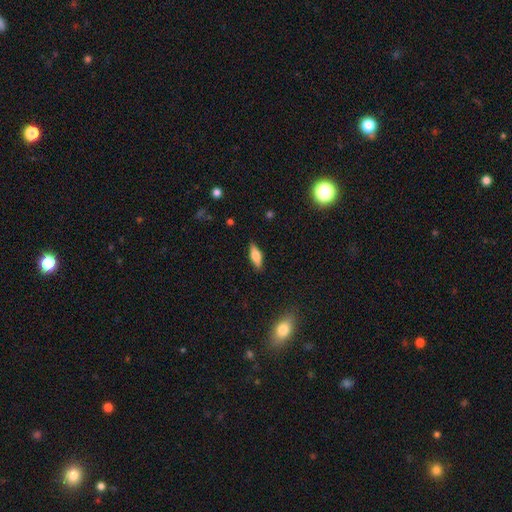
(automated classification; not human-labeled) A smooth galaxy with no disk features (63%) that is in between round and cigar-shaped (59%). Merging: none (87%).